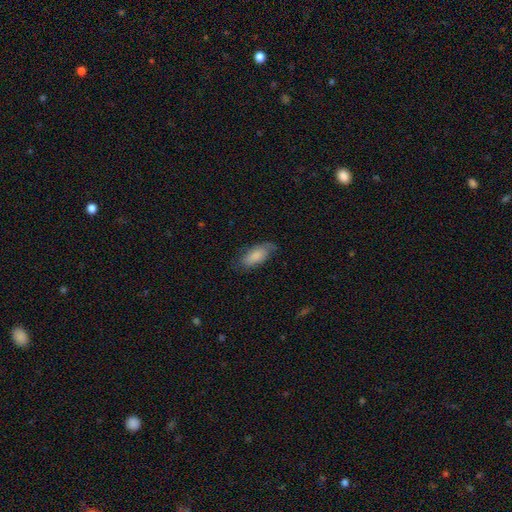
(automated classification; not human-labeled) This is likely a smooth galaxy (79%). How rounded: clearly in between (83%). Merging: likely none (67%).